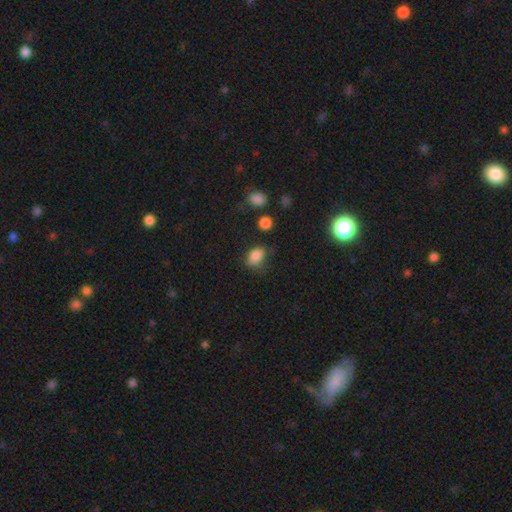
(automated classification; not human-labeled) This appears to be a smooth galaxy with no disk features (85%) that is in between round and cigar-shaped (72%). Merging: none (63%).